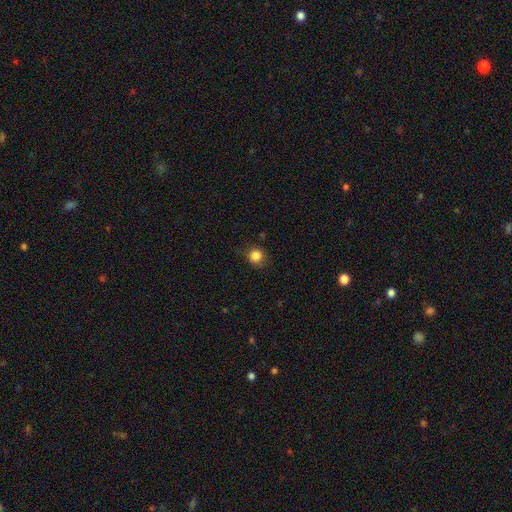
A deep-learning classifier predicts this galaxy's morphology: Overall: smooth (85%). How rounded: round (90%). Merging: none (83%).